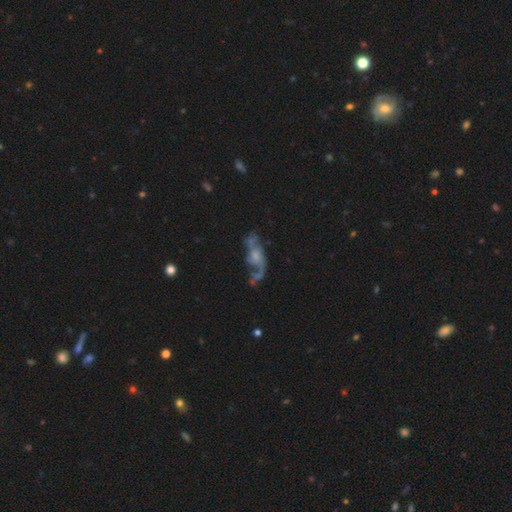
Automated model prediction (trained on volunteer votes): Morphology: type=featured or disk (71%); edge-on=no (92%); bar=no (71%); spiral arms=yes (78%); winding=loose (72%); arm count=2 (63%); bulge=small (45%); merging=none (38%).